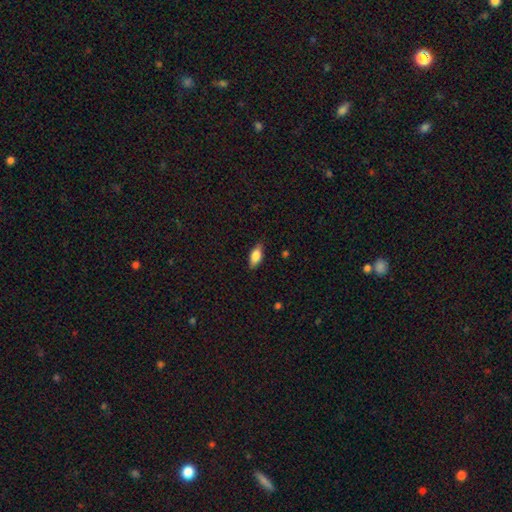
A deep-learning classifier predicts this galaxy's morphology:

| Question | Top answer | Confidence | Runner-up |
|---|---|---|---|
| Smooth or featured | smooth | 77% | featured or disk (16%) |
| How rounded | in between | 82% | cigar-shaped (15%) |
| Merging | none | 83% | minor disturbance (13%) |